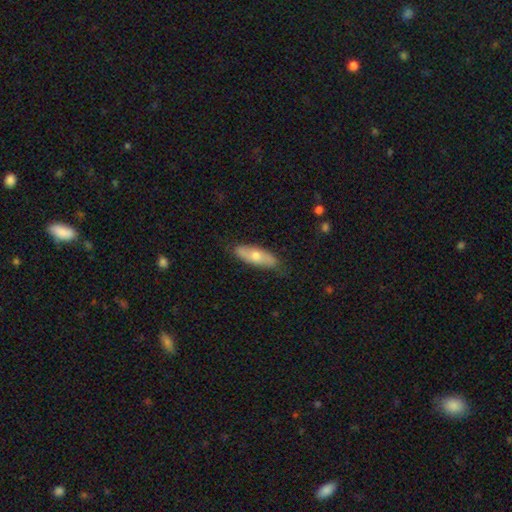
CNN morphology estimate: A smooth galaxy with no disk features (59%) that is in between round and cigar-shaped (61%).

Vote fractions:
- Smooth or featured? smooth: 59% / featured or disk: 36% / star or artifact: 5%
- How rounded? in between: 61% / cigar-shaped: 36% / round: 3%
- Merging? none: 77% / minor disturbance: 18% / major disturbance: 3% / merger: 1%